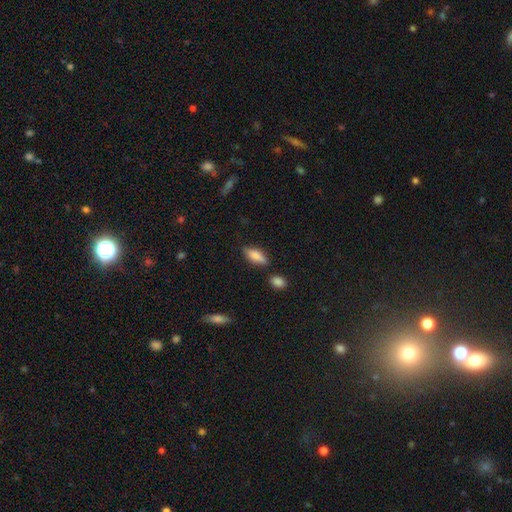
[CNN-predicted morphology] A smooth galaxy with no disk features (80%) that is in between round and cigar-shaped (72%). Merging: none (74%).